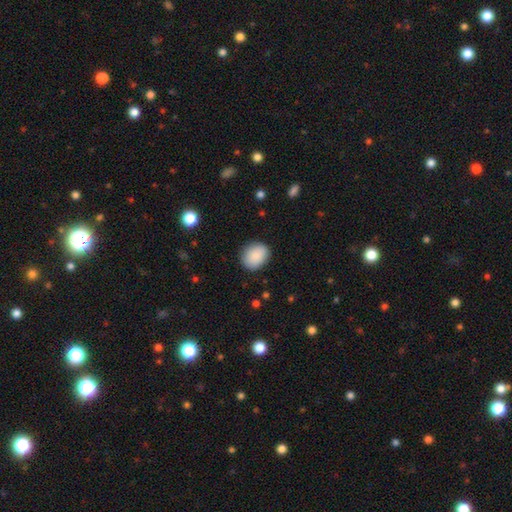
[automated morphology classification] Smooth or featured: smooth — 89% (star or artifact — 7%)
How rounded: round — 58% (in between — 41%)
Merging: none — 86% (minor disturbance — 10%)